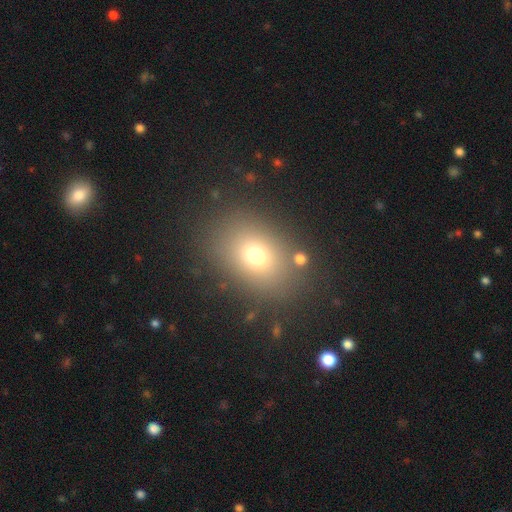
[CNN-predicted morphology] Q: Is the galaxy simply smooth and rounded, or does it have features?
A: smooth — 72%.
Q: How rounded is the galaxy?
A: in between — 64%.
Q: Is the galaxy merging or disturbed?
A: none — 82%.